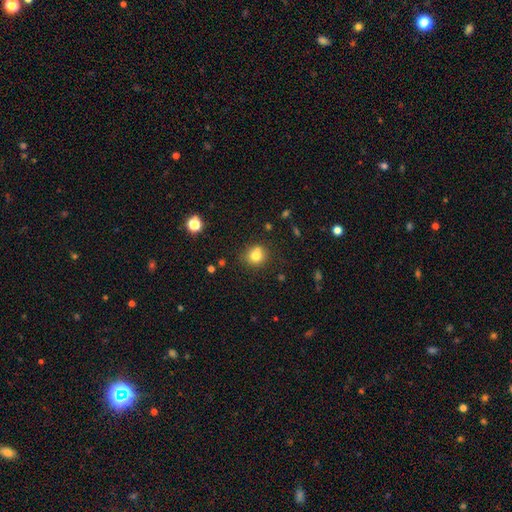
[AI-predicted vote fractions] This appears to be a smooth galaxy with no disk features (77%) that is round (85%). Merging: none (66%).